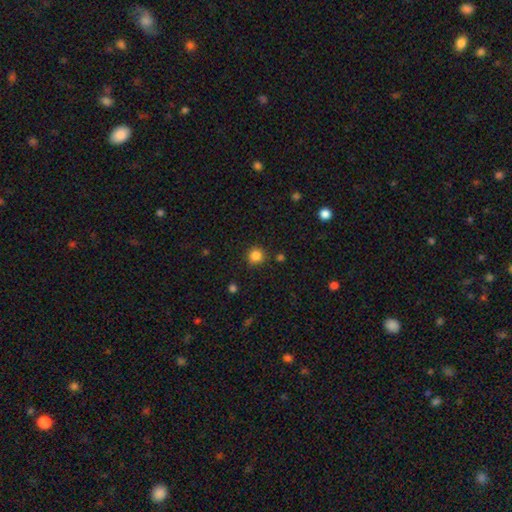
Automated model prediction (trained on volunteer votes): Smooth or featured: smooth — 84% (star or artifact — 12%)
How rounded: round — 91% (in between — 8%)
Merging: none — 85% (minor disturbance — 9%)